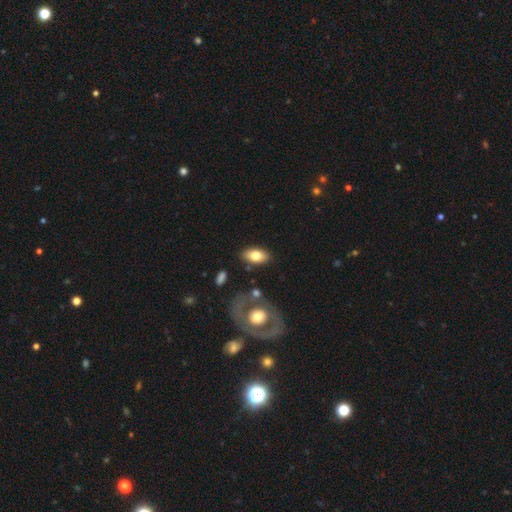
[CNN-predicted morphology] Overall: smooth (73%). How rounded: in between (91%). Merging: none (82%).